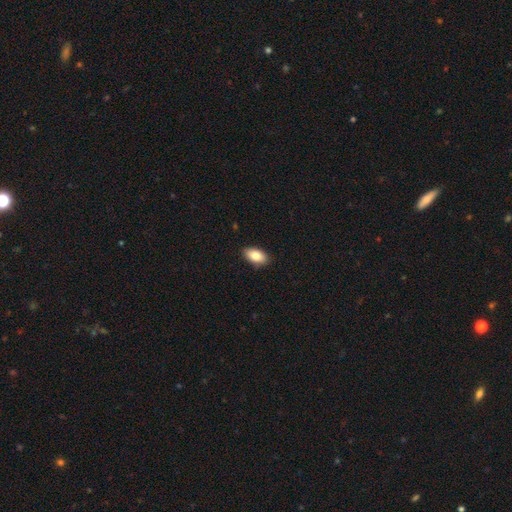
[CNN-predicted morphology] Overall: smooth (84%). How rounded: in between (92%). Merging: none (88%).